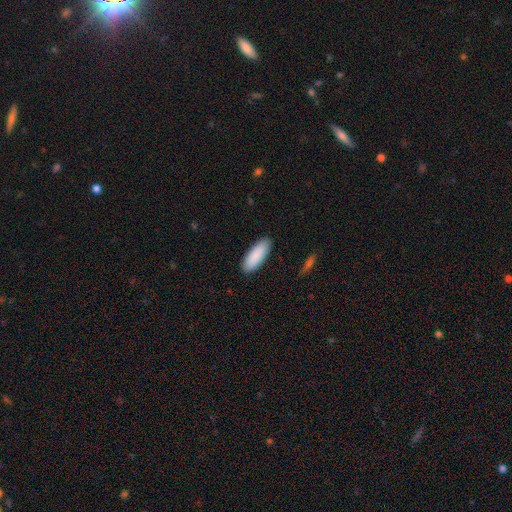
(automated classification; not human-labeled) Smooth or featured? smooth (90%)
How rounded? in between (71%)
Merging? none (89%)